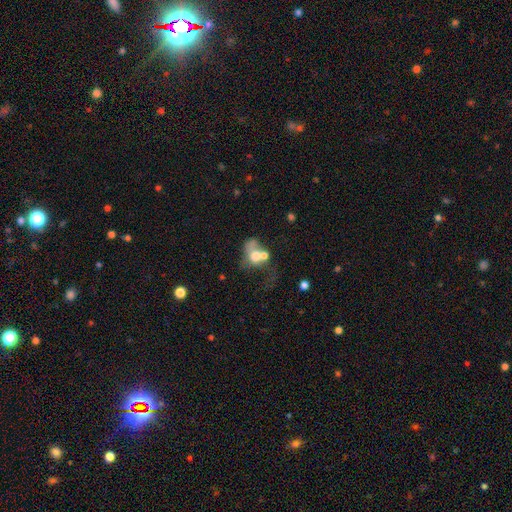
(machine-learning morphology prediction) Smooth or featured? smooth (56%)
How rounded? in between (50%)
Merging? merger (54%)